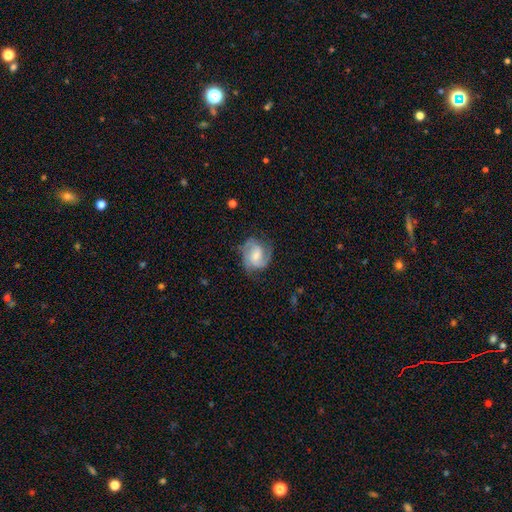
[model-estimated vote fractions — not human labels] Overall: featured or disk (78%). Edge-on disk: no (98%). Bar: weak (48%; no 40%). Spiral arms: yes (95%). Spiral arm count: 2 (69%). Spiral winding: medium (49%; tight 34%). Bulge size: moderate (43%; small 35%). Merging: none (67%).